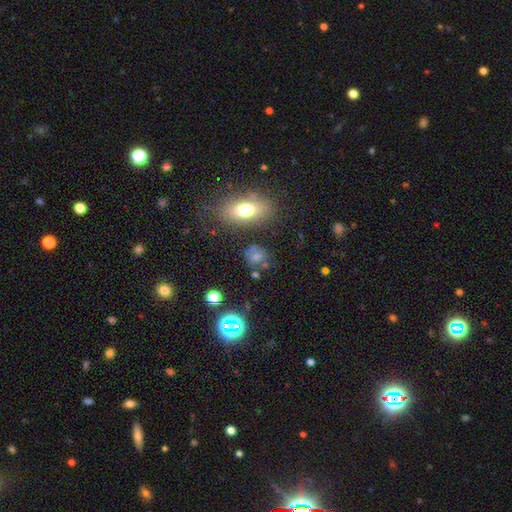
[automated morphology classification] Smooth or featured?
  - smooth: 63% *
  - star or artifact: 22%
  - featured or disk: 14%
How rounded?
  - round: 63% *
  - in between: 35%
  - cigar-shaped: 2%
Merging?
  - none: 67% *
  - minor disturbance: 17%
  - merger: 9%
  - major disturbance: 8%